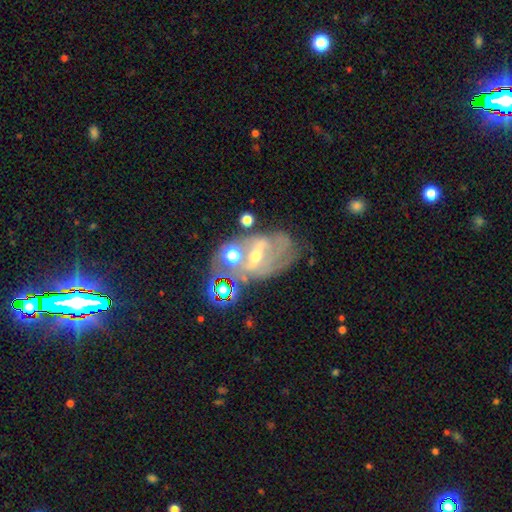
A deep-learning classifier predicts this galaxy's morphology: smooth_or_featured: featured or disk (p=0.75) [alt: star or artifact p=0.13]
disk_edge_on: no (p=0.94) [alt: yes p=0.06]
bar: strong (p=0.52) [alt: weak p=0.33]
has_spiral_arms: yes (p=0.76) [alt: no p=0.24]
spiral_winding: medium (p=0.41) [alt: tight p=0.39]
spiral_arm_count: 2 (p=0.45) [alt: can't tell p=0.33]
bulge_size: small (p=0.52) [alt: moderate p=0.43]
merging: none (p=0.48) [alt: minor disturbance p=0.20]